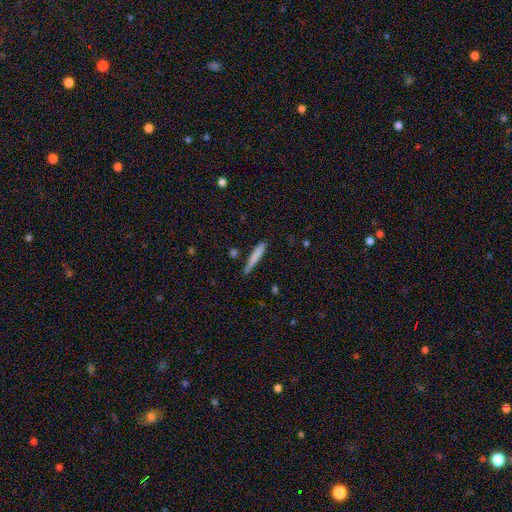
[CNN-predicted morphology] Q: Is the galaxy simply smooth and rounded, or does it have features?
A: smooth — 77%.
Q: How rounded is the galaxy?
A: cigar-shaped — 94%.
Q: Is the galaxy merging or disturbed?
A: none — 77%.